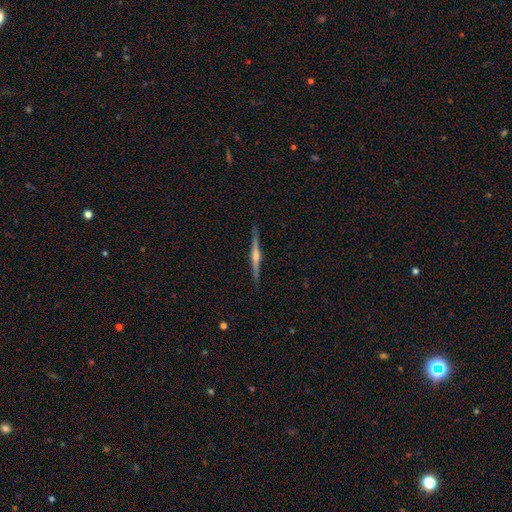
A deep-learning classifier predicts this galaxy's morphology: This is clearly a featured or disk galaxy (83%). It is clearly viewed edge-on (99%). Edge-on bulge: clearly rounded (84%). Merging: clearly none (91%).